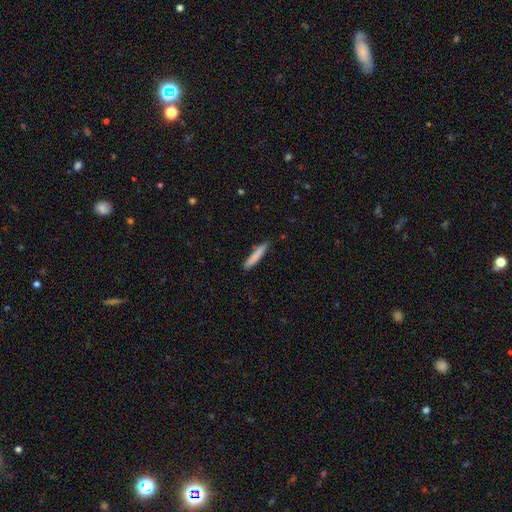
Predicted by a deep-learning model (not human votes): This appears to be a smooth galaxy with no disk features (82%) that is cigar-shaped (91%). Merging: none (86%).